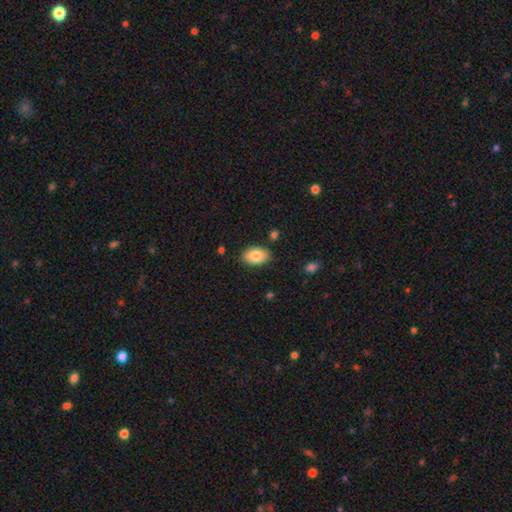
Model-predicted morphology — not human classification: A smooth galaxy with no disk features (83%) that is in between round and cigar-shaped (87%).

Vote fractions:
- Smooth or featured? smooth: 83% / featured or disk: 10% / star or artifact: 7%
- How rounded? in between: 87% / round: 11% / cigar-shaped: 1%
- Merging? none: 83% / minor disturbance: 13% / major disturbance: 2% / merger: 2%